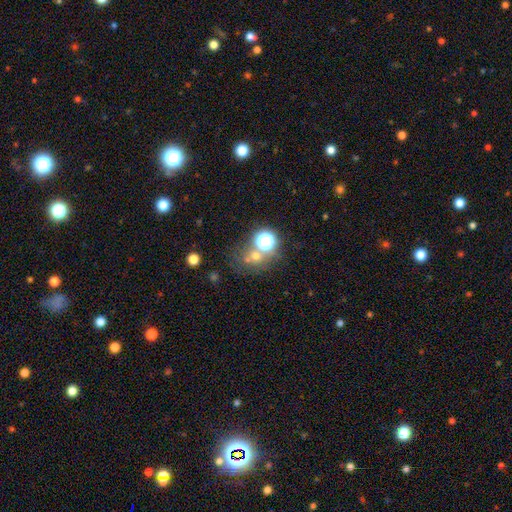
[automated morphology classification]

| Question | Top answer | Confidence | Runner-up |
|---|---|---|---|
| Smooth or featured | smooth | 53% | star or artifact (34%) |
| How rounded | round | 81% | in between (18%) |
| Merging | none | 55% | merger (29%) |